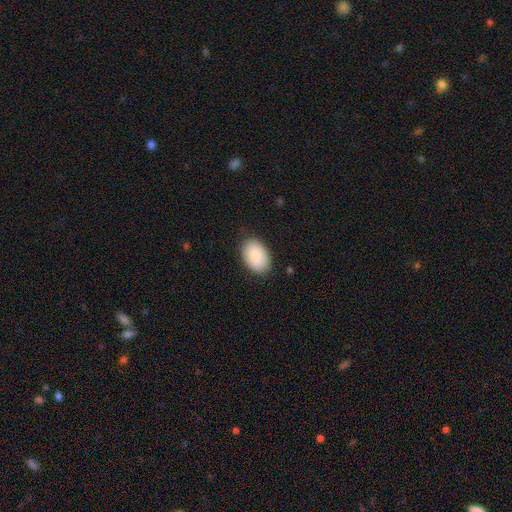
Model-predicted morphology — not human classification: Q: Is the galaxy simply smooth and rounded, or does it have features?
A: smooth — 88%.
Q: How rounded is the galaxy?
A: in between — 91%.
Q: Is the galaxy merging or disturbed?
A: none — 84%.